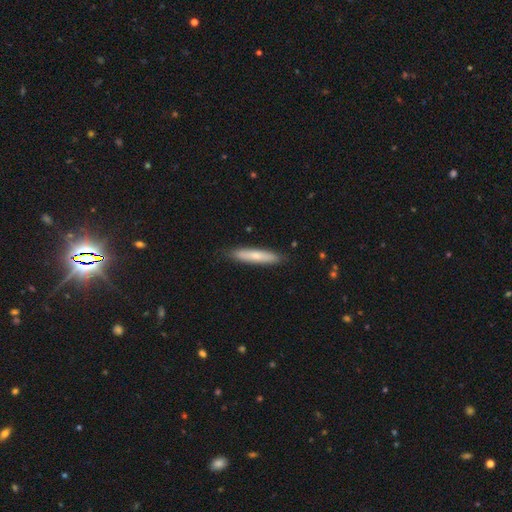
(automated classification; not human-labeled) Overall: smooth (68%). How rounded: cigar-shaped (89%). Merging: none (87%).